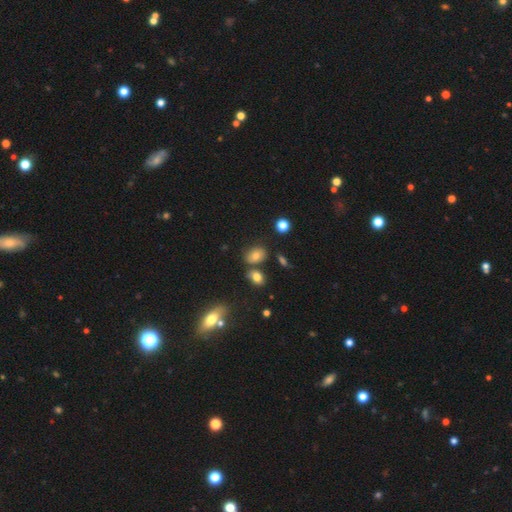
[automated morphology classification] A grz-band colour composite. It shows a smooth galaxy with no disk features (74%) that is in between round and cigar-shaped (77%). Merging: none (70%).